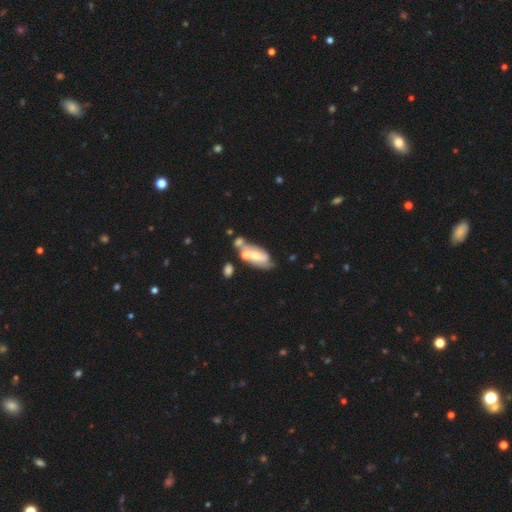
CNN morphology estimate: Smooth or featured: featured or disk — 54% (smooth — 38%)
Edge-on disk: no — 91% (yes — 9%)
Merging: merger — 36% (none — 32%)